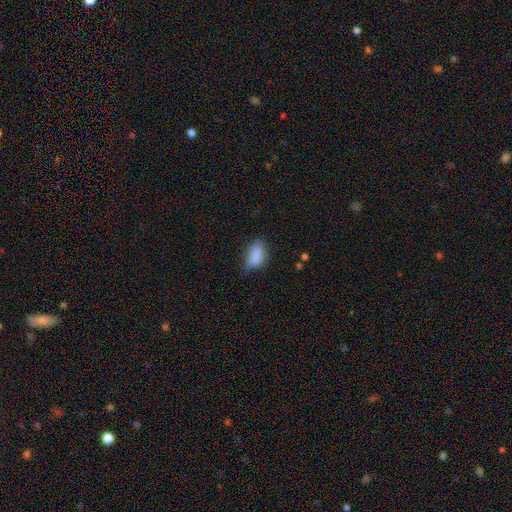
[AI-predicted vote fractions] Smooth or featured: smooth — 85% (star or artifact — 8%)
How rounded: in between — 90% (cigar-shaped — 5%)
Merging: none — 62% (minor disturbance — 29%)